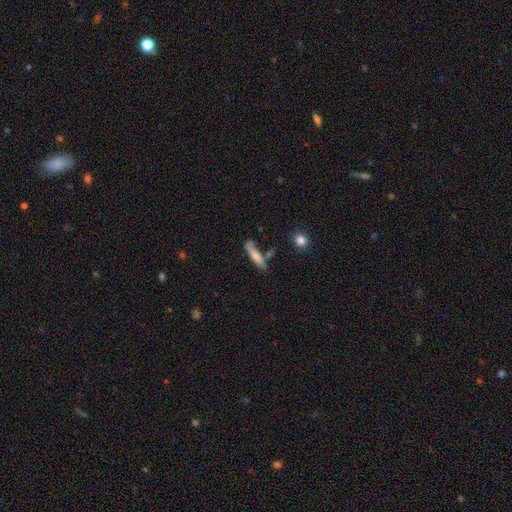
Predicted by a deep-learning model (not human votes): This is likely a smooth galaxy (72%). How rounded: likely cigar-shaped (79%). Merging: likely none (63%).